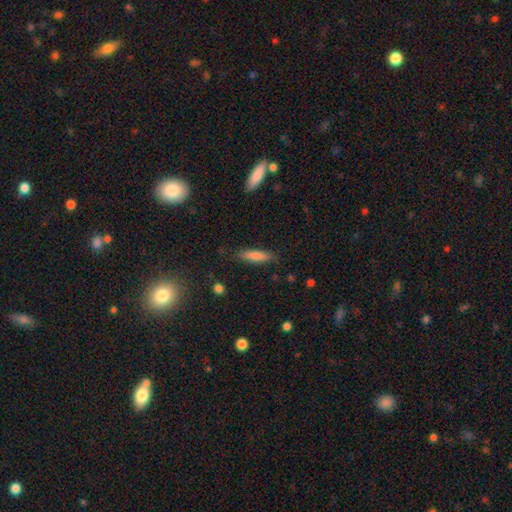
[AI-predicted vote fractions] The model was most divided on "how rounded": cigar-shaped: 73%, in between: 26%, round: 2%. More confident: merging — none (85%); smooth or featured — smooth (79%).